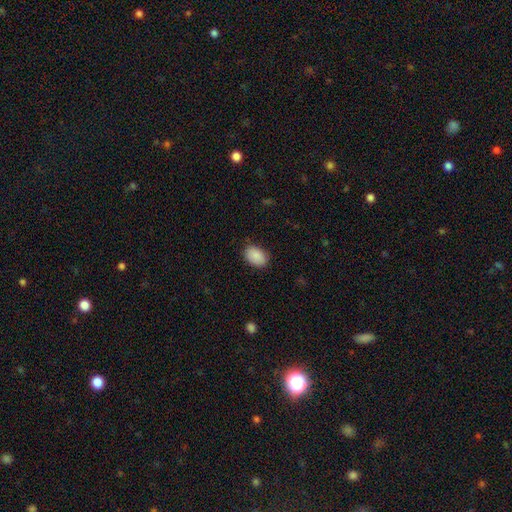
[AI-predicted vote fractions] smooth 89%, star or artifact 7%, featured or disk 4%. Down the decision tree: how rounded — in between (87%); merging — none (83%).